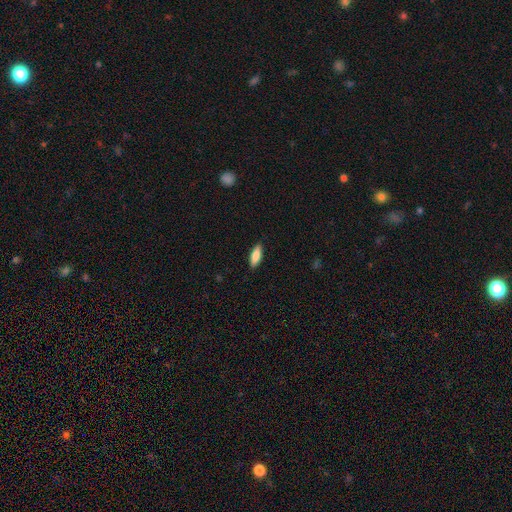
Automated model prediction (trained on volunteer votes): A smooth galaxy with no disk features (85%) that is in between round and cigar-shaped (65%).

Vote fractions:
- Smooth or featured? smooth: 85% / featured or disk: 9% / star or artifact: 6%
- How rounded? in between: 65% / cigar-shaped: 33% / round: 2%
- Merging? none: 88% / minor disturbance: 9% / major disturbance: 2% / merger: 1%